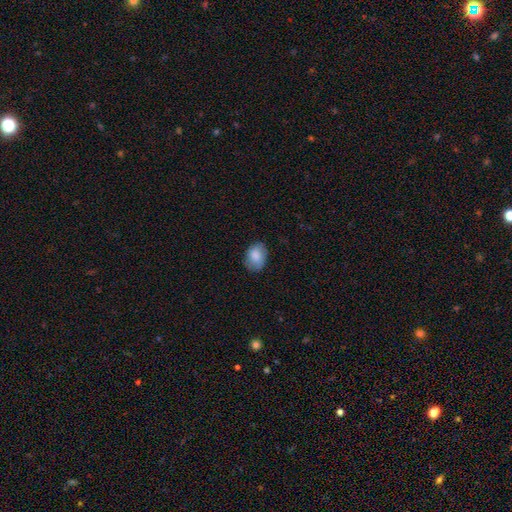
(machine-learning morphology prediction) This is clearly a smooth galaxy (83%). How rounded: likely in between (76%). Merging: likely none (75%).